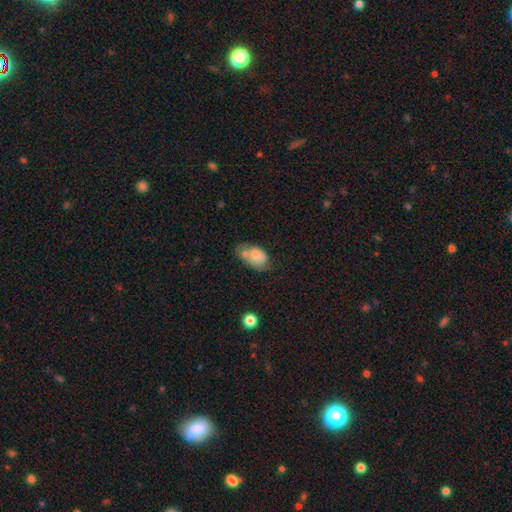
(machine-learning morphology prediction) The model was most divided on "merging": merger: 34%, none: 30%, minor disturbance: 24%, major disturbance: 13%. More confident: how rounded — in between (87%); smooth or featured — smooth (70%).